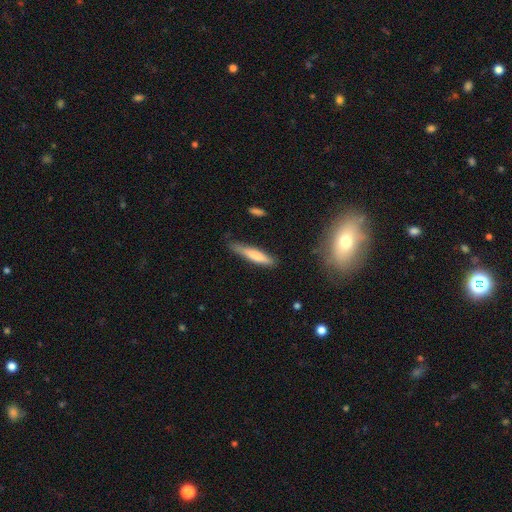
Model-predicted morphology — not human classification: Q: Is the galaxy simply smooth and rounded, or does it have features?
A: smooth — 71%.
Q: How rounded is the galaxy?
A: cigar-shaped — 87%.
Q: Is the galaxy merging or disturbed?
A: none — 71%.